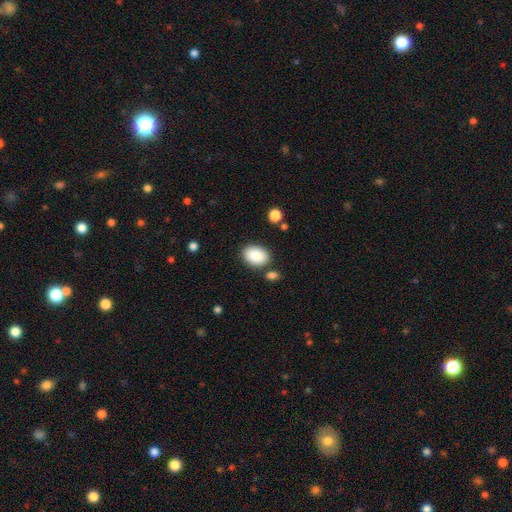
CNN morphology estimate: Smooth or featured?
  - smooth: 88% *
  - star or artifact: 7%
  - featured or disk: 5%
How rounded?
  - in between: 81% *
  - round: 18%
  - cigar-shaped: 1%
Merging?
  - none: 80% *
  - minor disturbance: 11%
  - merger: 6%
  - major disturbance: 3%